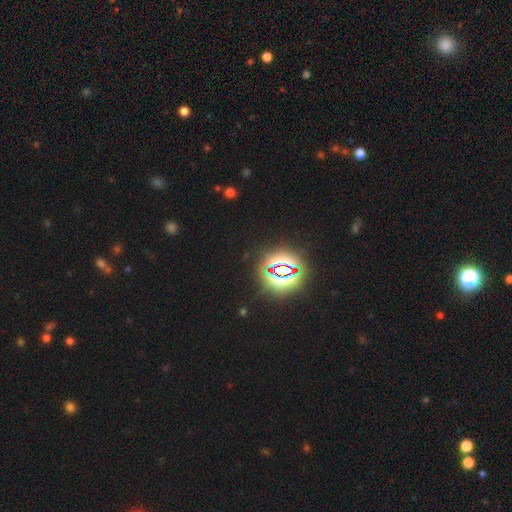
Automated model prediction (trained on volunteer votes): smooth-or-featured: star or artifact: 82% | smooth: 12% | featured or disk: 6%